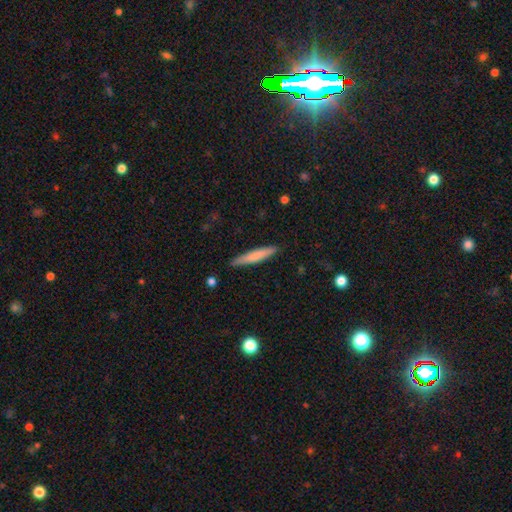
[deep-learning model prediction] Smooth or featured?
  - smooth: 71% *
  - featured or disk: 23%
  - star or artifact: 6%
How rounded?
  - cigar-shaped: 93% *
  - in between: 6%
  - round: 1%
Merging?
  - none: 89% *
  - minor disturbance: 8%
  - major disturbance: 2%
  - merger: 1%